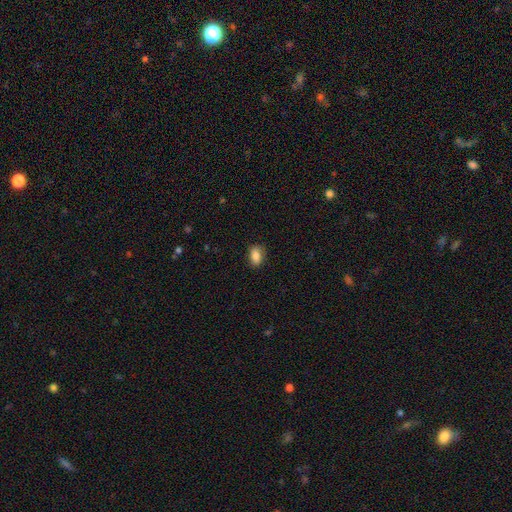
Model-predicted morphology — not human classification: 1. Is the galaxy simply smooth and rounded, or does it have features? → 85% smooth, 8% star or artifact, 7% featured or disk.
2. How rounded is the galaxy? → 85% in between, 12% round, 2% cigar-shaped.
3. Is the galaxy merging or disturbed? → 83% none, 13% minor disturbance, 3% major disturbance, 1% merger.